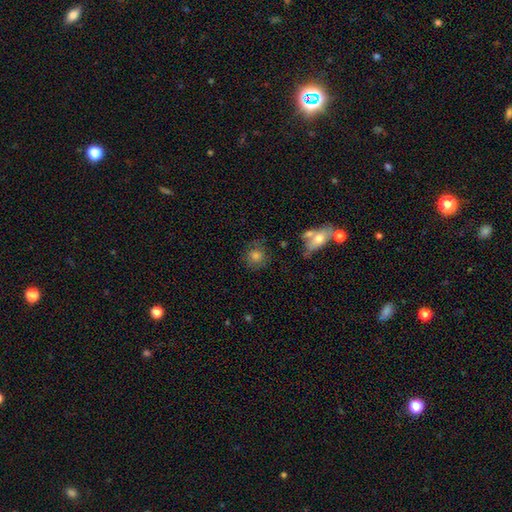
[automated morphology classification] smooth_or_featured: smooth (p=0.67) [alt: featured or disk p=0.21]
how_rounded: round (p=0.81) [alt: in between p=0.17]
merging: none (p=0.69) [alt: minor disturbance p=0.17]